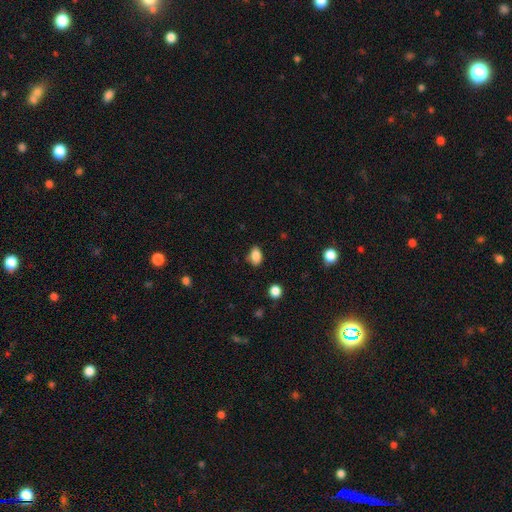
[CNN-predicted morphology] This is clearly a smooth galaxy (86%). How rounded: clearly in between (84%). Merging: likely none (79%).